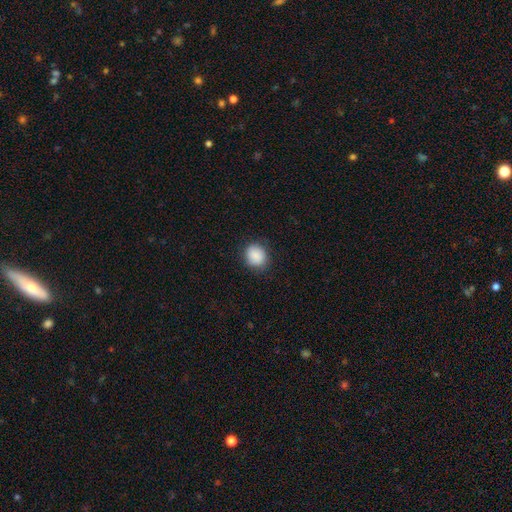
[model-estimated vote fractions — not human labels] Overall: smooth (89%). How rounded: round (71%). Merging: none (86%).